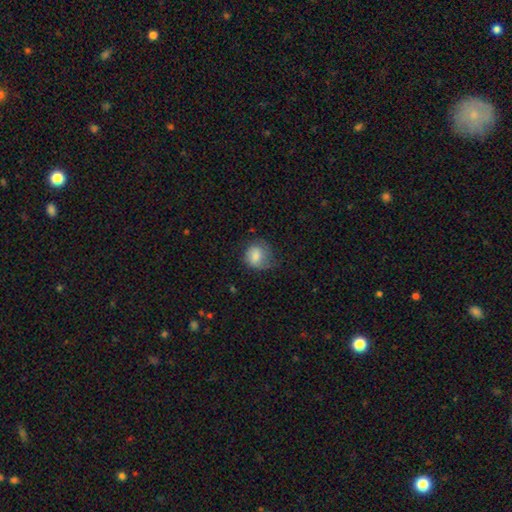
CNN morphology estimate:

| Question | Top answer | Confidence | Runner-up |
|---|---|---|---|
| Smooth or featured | smooth | 76% | featured or disk (16%) |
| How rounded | round | 72% | in between (27%) |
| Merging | none | 52% | minor disturbance (31%) |